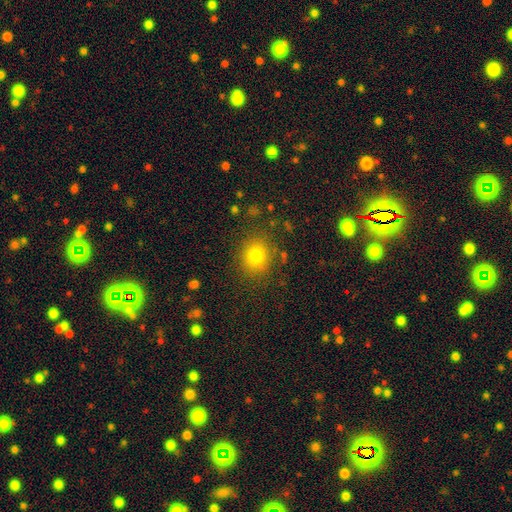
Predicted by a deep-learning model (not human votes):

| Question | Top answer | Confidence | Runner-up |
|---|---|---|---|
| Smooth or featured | smooth | 78% | star or artifact (13%) |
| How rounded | round | 71% | in between (28%) |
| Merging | none | 84% | minor disturbance (10%) |